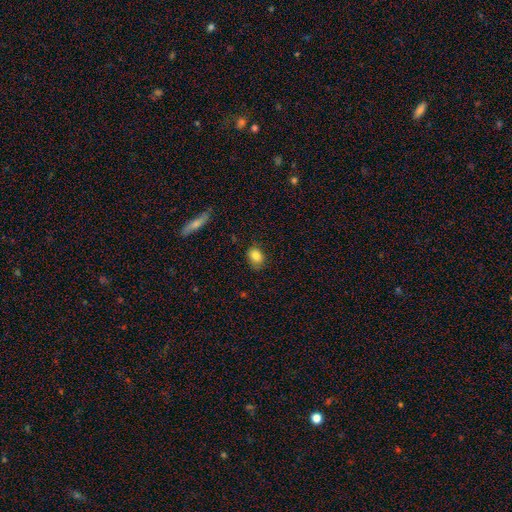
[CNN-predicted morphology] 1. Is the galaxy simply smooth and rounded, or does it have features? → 83% smooth, 9% star or artifact, 8% featured or disk.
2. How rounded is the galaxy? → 60% in between, 38% round, 2% cigar-shaped.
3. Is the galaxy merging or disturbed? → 82% none, 14% minor disturbance, 3% major disturbance, 1% merger.